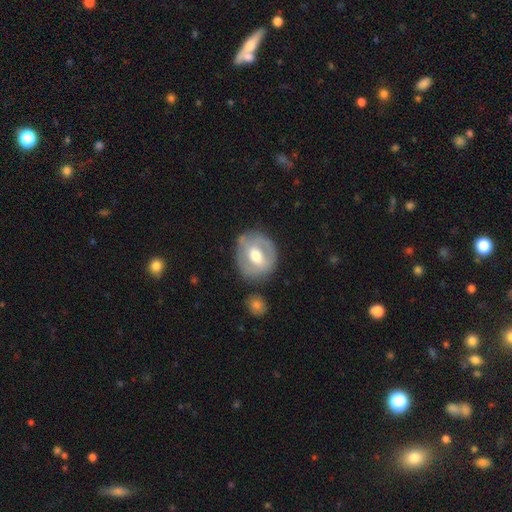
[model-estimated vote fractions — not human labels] Smooth or featured? featured or disk (58%)
Edge-on disk? no (94%)
Bar? weak (45%)
Spiral arms? no (59%)
Bulge size? moderate (73%)
Merging? none (73%)